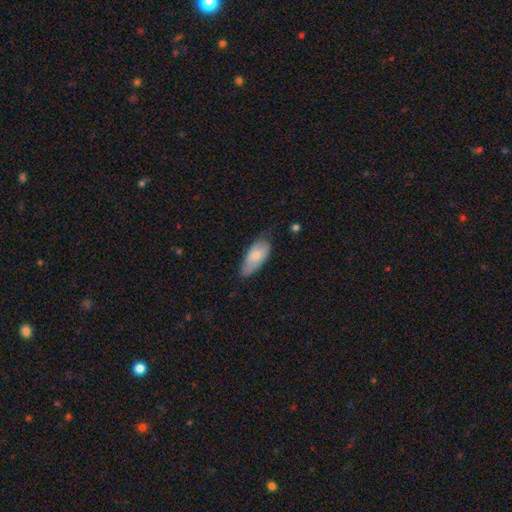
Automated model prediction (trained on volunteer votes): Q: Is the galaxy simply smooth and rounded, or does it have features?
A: smooth — 72%.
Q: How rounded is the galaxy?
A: in between — 88%.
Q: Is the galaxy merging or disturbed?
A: none — 52%.